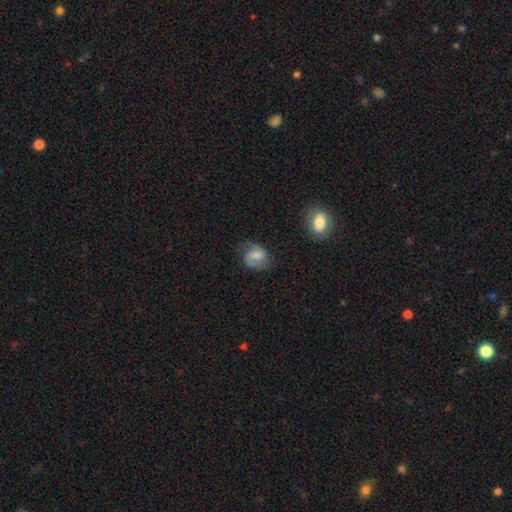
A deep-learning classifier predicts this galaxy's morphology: Overall: featured or disk (55%; smooth 36%). Edge-on disk: no (97%). Bar: weak (50%; no 34%). Spiral arms: yes (89%). Bulge size: moderate (38%; small 33%). Merging: none (64%).